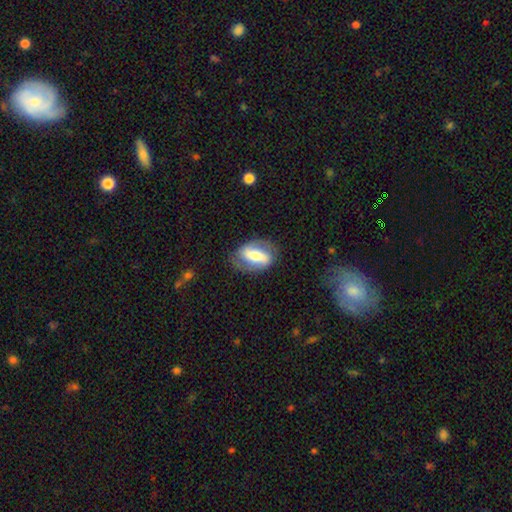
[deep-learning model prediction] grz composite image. It shows a featured or disk galaxy (65%) with a strong bar (59%), spiral arms (77%) and a moderate central bulge (55%). Merging: none (76%).